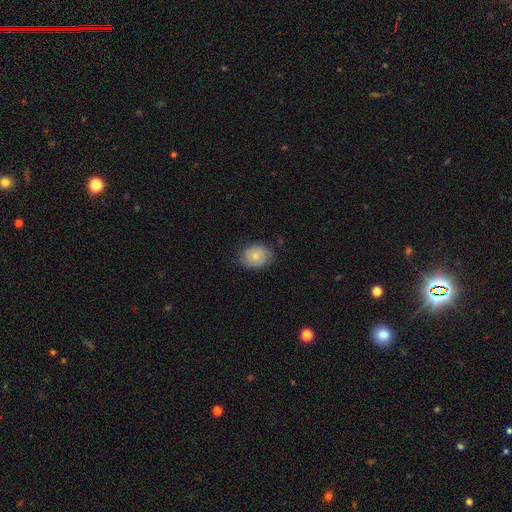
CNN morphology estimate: This appears to be a smooth galaxy with no disk features (67%) that is in between round and cigar-shaped (53%). Merging: none (73%).